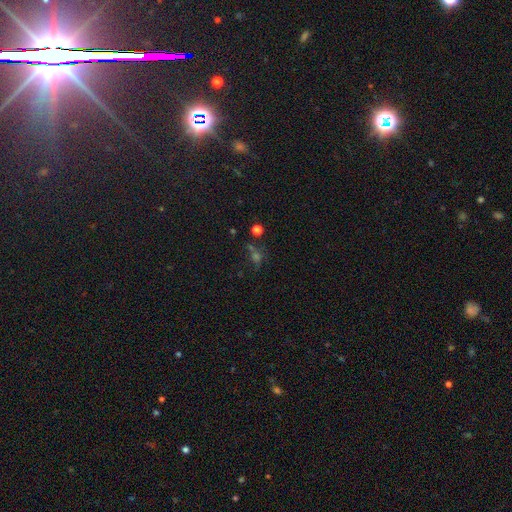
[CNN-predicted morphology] Q: Smooth or featured?
A: star or artifact (50%); runner-up: smooth (35%)